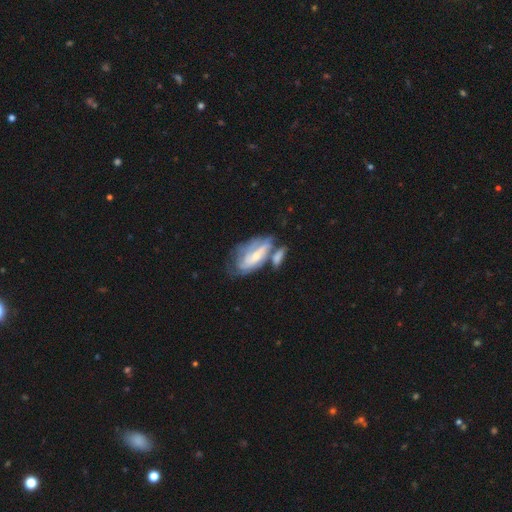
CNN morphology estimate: type=featured or disk (71%); edge-on=no (91%); bar=no (44%); spiral arms=yes (81%); winding=tight (53%); arm count=can't tell (46%); bulge=small (58%); merging=merger (37%).